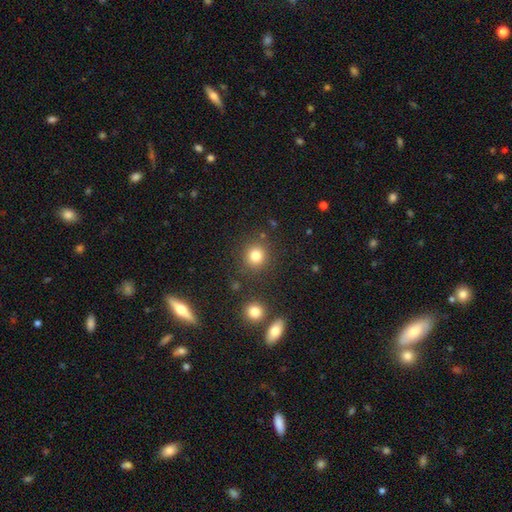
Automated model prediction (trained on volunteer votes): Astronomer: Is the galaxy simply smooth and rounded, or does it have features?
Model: smooth — 82%.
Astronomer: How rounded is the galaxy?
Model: round — 91%.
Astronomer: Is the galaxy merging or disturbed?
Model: none — 85%.